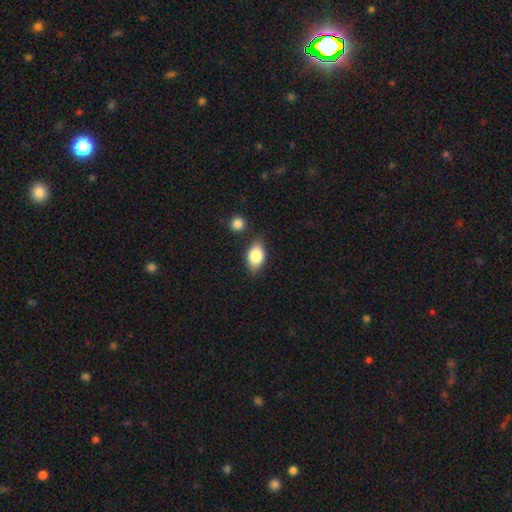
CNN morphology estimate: smooth-or-featured: smooth: 84% | featured or disk: 9% | star or artifact: 7%
  how-rounded: in between: 88% | round: 10% | cigar-shaped: 2%
  merging: none: 76% | minor disturbance: 15% | merger: 6% | major disturbance: 3%